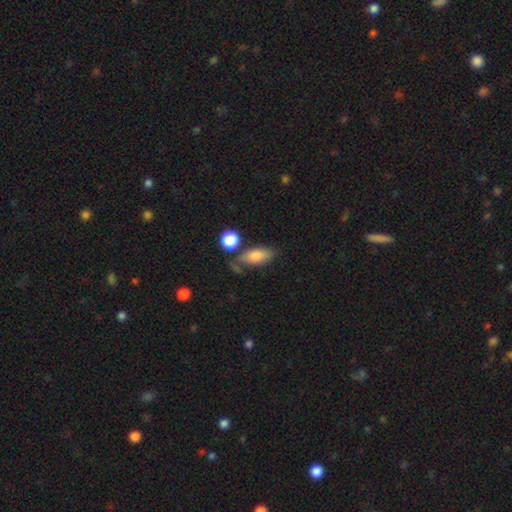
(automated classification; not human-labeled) Overall: smooth (79%). How rounded: in between (84%). Merging: none (58%; minor disturbance 20%).